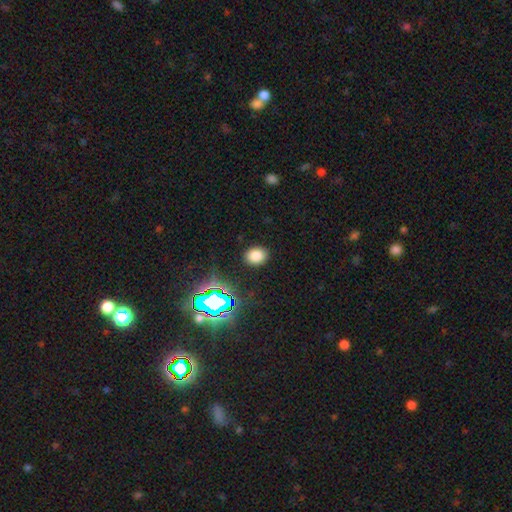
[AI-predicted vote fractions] smooth 77%, star or artifact 18%, featured or disk 6%. Down the decision tree: how rounded — in between (55%); merging — none (88%).